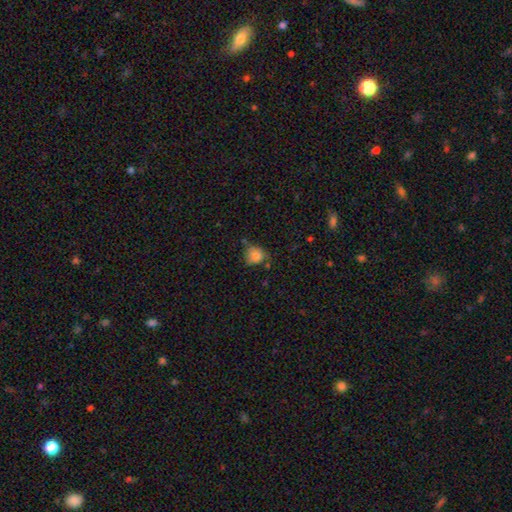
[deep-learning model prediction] A smooth galaxy with no disk features (80%) that is round (70%).

Vote fractions:
- Smooth or featured? smooth: 80% / star or artifact: 11% / featured or disk: 9%
- How rounded? round: 70% / in between: 29% / cigar-shaped: 1%
- Merging? none: 54% / minor disturbance: 30% / major disturbance: 8% / merger: 7%